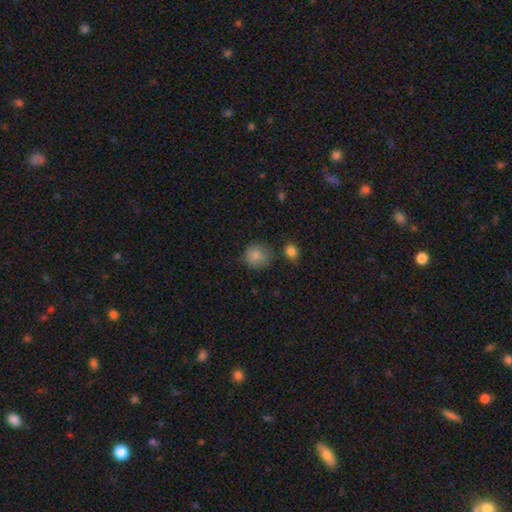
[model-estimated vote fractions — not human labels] Morphology: type=smooth (86%); roundness=round (89%); merging=none (75%).